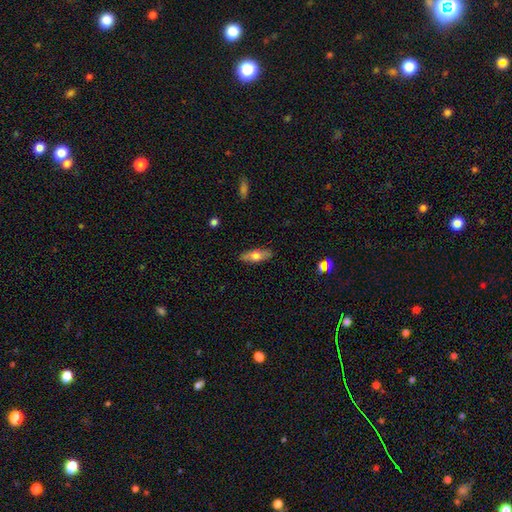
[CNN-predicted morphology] This is likely a smooth galaxy (64%). How rounded: likely in between (67%). Merging: clearly none (85%).